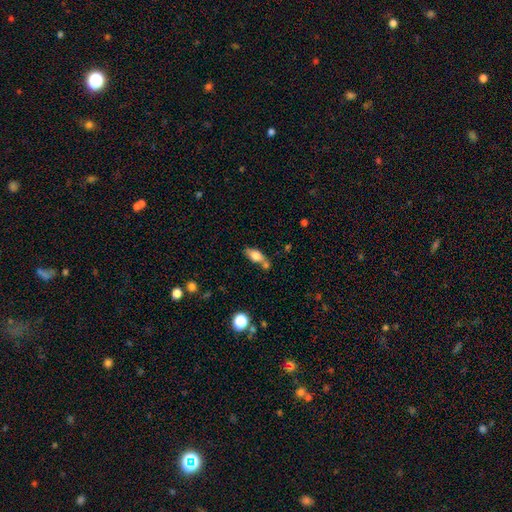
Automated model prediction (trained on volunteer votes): This is likely a smooth galaxy (72%). How rounded: likely in between (79%). Merging: possibly none (49%).